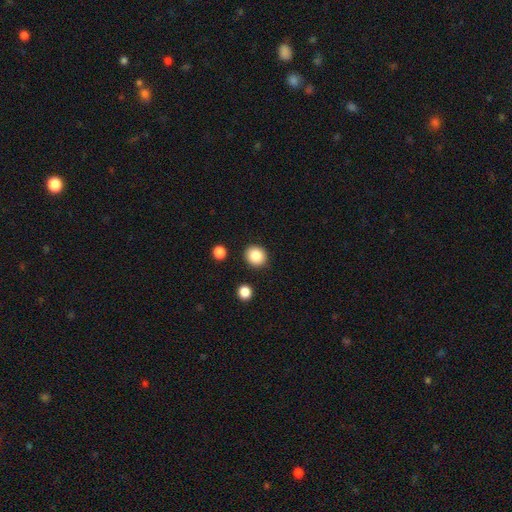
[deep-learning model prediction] Smooth or featured? smooth (86%)
How rounded? round (83%)
Merging? none (89%)